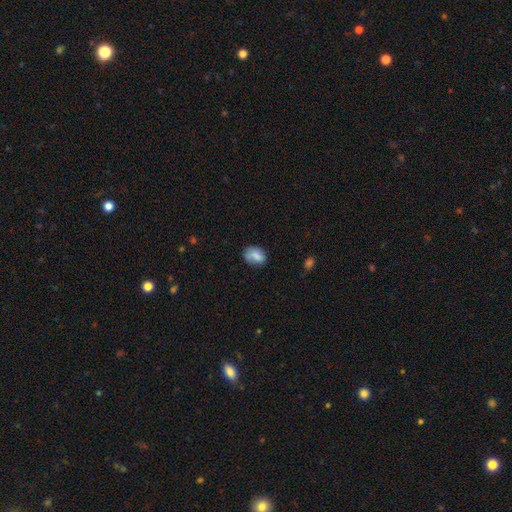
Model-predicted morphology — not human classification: smooth 80%, featured or disk 12%, star or artifact 8%. Down the decision tree: how rounded — in between (74%); merging — none (58%).